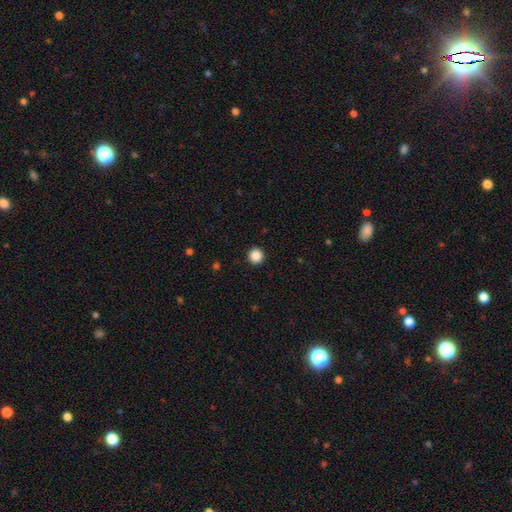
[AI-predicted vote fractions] Overall: smooth (87%). How rounded: round (94%). Merging: none (93%).